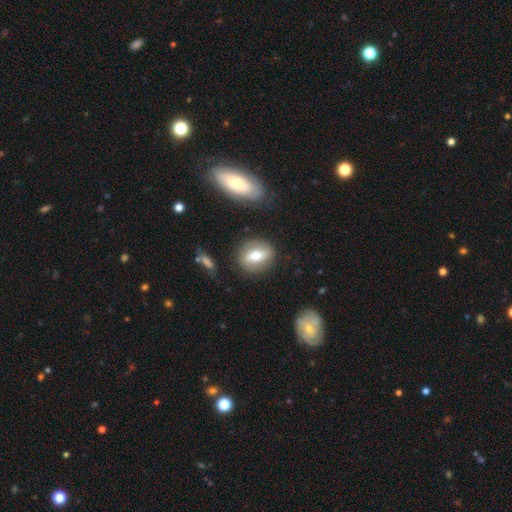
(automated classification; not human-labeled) The model was most divided on "how rounded": round: 57%, in between: 40%, cigar-shaped: 3%. More confident: merging — none (82%); smooth or featured — smooth (56%).